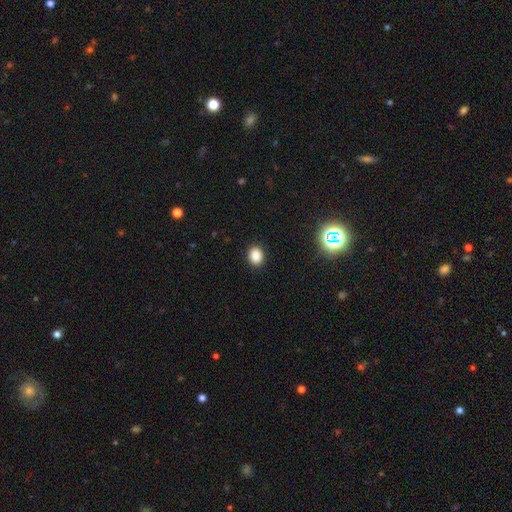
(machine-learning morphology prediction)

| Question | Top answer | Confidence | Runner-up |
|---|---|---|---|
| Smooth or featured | smooth | 86% | star or artifact (11%) |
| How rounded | in between | 54% | round (45%) |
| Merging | none | 90% | minor disturbance (7%) |